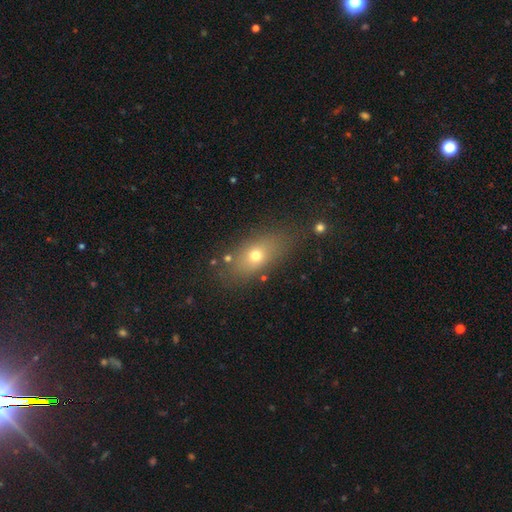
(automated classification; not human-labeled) A smooth galaxy with no disk features (67%) that is in between round and cigar-shaped (72%).

Vote fractions:
- Smooth or featured? smooth: 67% / featured or disk: 19% / star or artifact: 14%
- How rounded? in between: 72% / round: 18% / cigar-shaped: 10%
- Merging? none: 77% / minor disturbance: 13% / major disturbance: 6% / merger: 4%